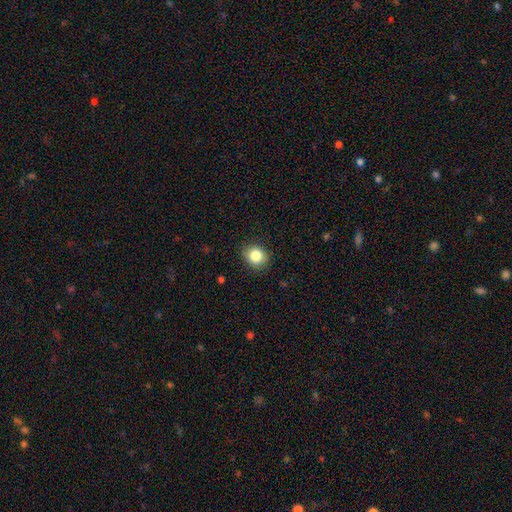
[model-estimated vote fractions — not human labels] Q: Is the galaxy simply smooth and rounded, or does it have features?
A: smooth — 84%.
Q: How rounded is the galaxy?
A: round — 74%.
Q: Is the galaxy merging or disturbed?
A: none — 87%.